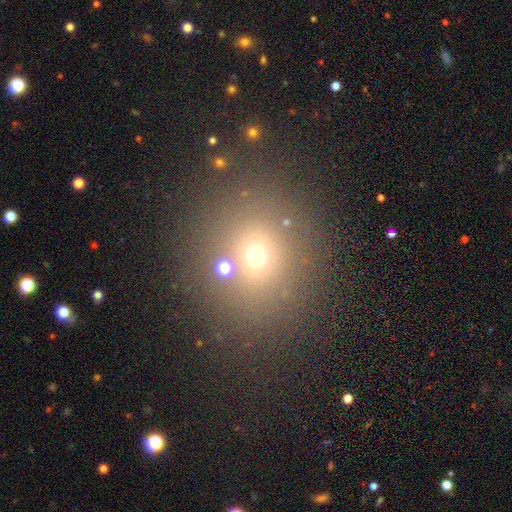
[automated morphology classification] type=smooth (62%); roundness=round (81%); merging=none (78%).